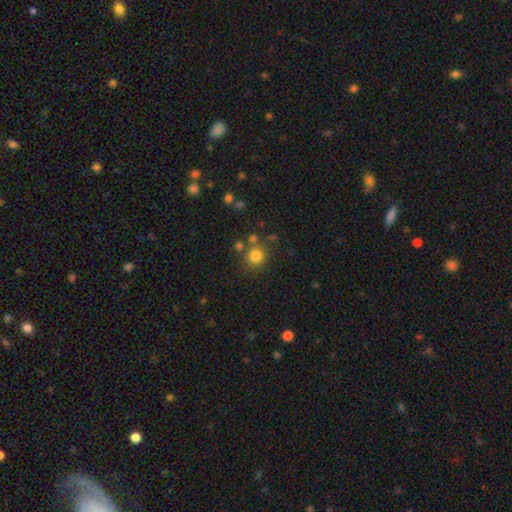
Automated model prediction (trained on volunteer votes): This is likely a smooth galaxy (80%). How rounded: clearly round (91%). Merging: likely none (74%).